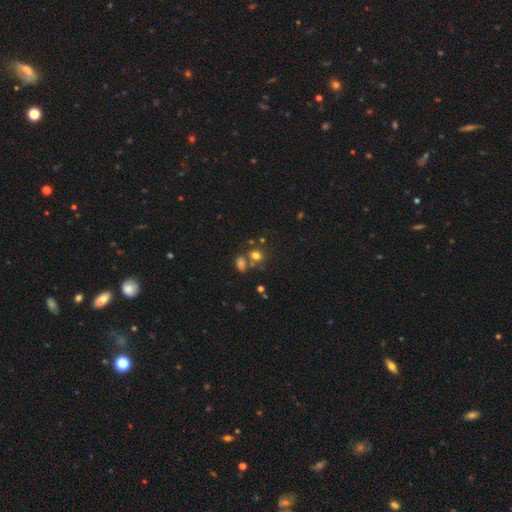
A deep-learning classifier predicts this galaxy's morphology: The model was most divided on "merging": none: 55%, merger: 28%, minor disturbance: 11%, major disturbance: 5%. More confident: smooth or featured — smooth (73%); how rounded — round (63%).